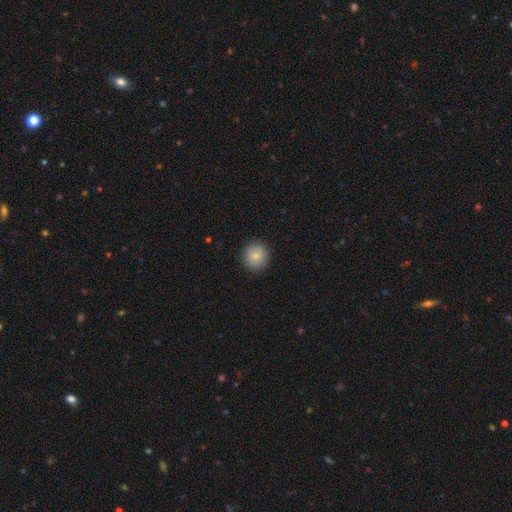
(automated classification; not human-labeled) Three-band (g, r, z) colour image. It shows a smooth galaxy with no disk features (84%) that is round (92%). Merging: none (90%).